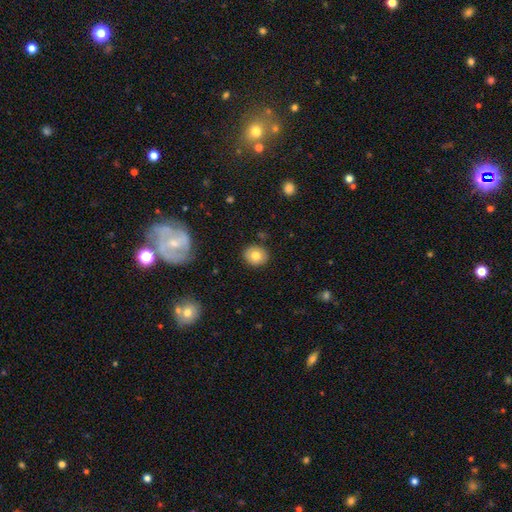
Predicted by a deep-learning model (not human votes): Smooth or featured? Predicted: smooth (p=0.78). How rounded? Predicted: round (p=0.74). Merging? Predicted: none (p=0.88).